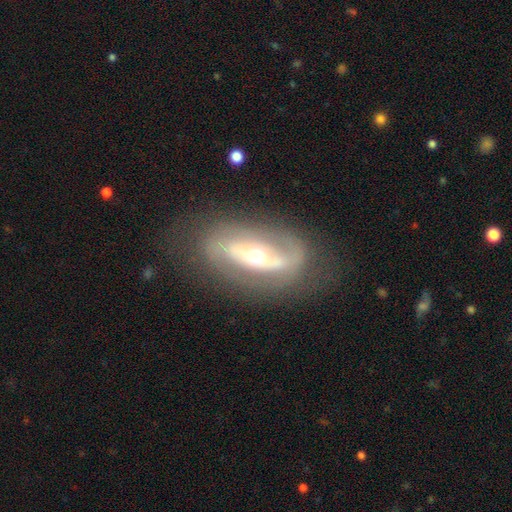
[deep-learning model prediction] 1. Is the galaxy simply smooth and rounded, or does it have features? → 79% featured or disk, 15% smooth, 6% star or artifact.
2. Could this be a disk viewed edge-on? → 91% no, 9% yes.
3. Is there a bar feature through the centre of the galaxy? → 37% strong, 36% no, 27% weak.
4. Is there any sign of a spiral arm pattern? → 77% yes, 23% no.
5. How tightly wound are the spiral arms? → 38% medium, 31% tight, 31% loose.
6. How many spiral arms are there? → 75% 2, 12% can't tell, 9% 1, 2% 3, 1% 4, 1% more than 4.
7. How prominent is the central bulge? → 64% moderate, 27% small, 7% large, 1% dominant, 1% none.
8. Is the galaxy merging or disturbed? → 72% none, 16% minor disturbance, 10% major disturbance, 2% merger.